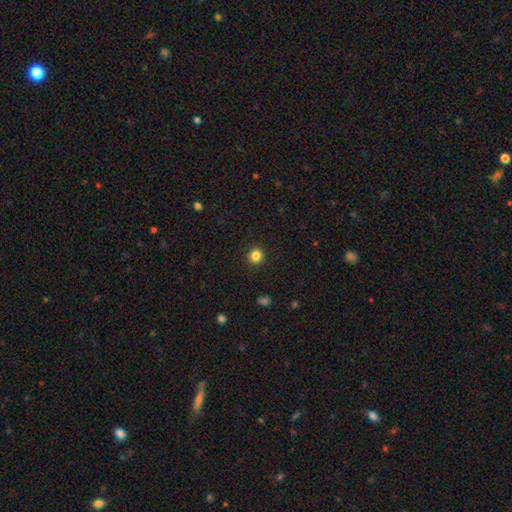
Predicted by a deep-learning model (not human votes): Smooth or featured? smooth (84%)
How rounded? round (93%)
Merging? none (92%)